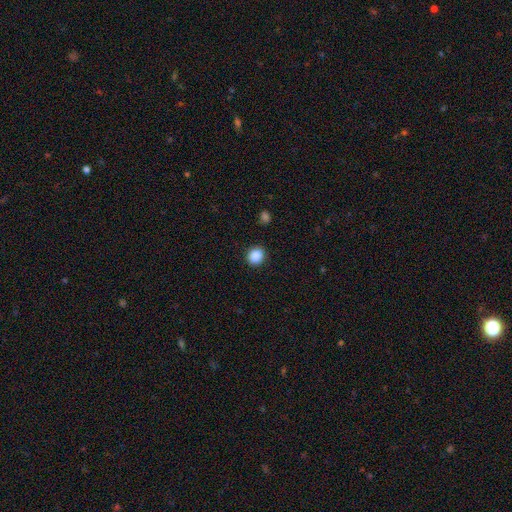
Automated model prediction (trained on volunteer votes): Morphology: type=smooth (88%); roundness=round (82%); merging=none (90%).